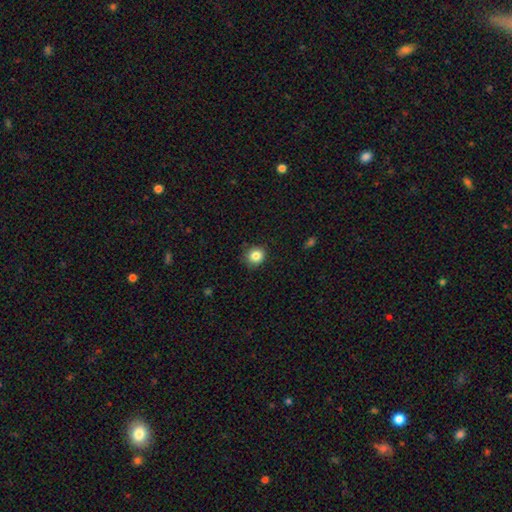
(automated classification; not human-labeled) The model was most divided on "merging": none: 84%, minor disturbance: 12%, major disturbance: 2%, merger: 1%. More confident: how rounded — round (86%); smooth or featured — smooth (85%).